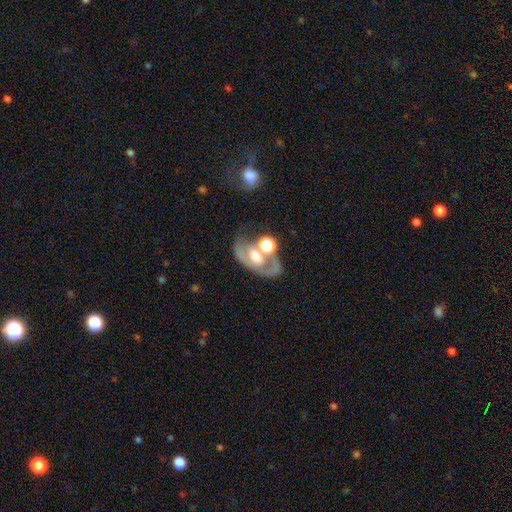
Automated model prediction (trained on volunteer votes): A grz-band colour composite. It shows a featured or disk galaxy (64%) with no bar (61%), spiral arms (51%) and a moderate central bulge (56%). Merging: none (42%).